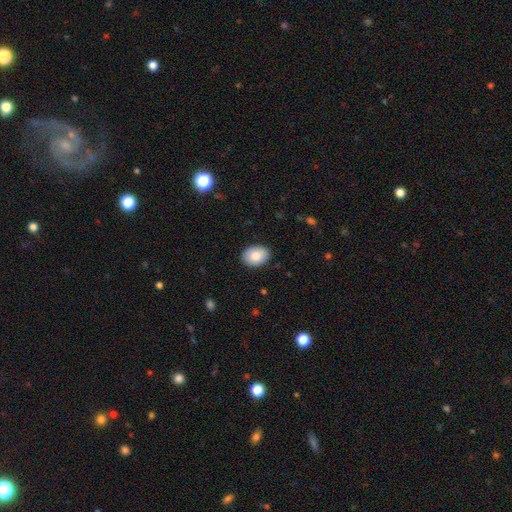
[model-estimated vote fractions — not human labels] Smooth or featured: smooth — 84% (featured or disk — 10%)
How rounded: in between — 75% (round — 24%)
Merging: none — 88% (minor disturbance — 9%)